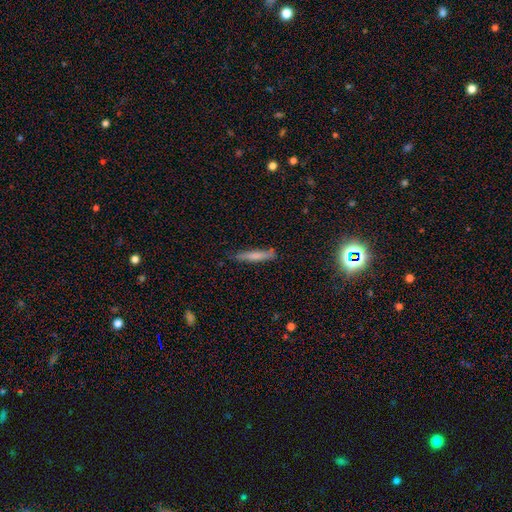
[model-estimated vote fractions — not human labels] Q: Smooth or featured?
A: smooth (70%); runner-up: featured or disk (23%)
Q: How rounded?
A: cigar-shaped (91%); runner-up: in between (7%)
Q: Merging?
A: none (78%); runner-up: minor disturbance (16%)